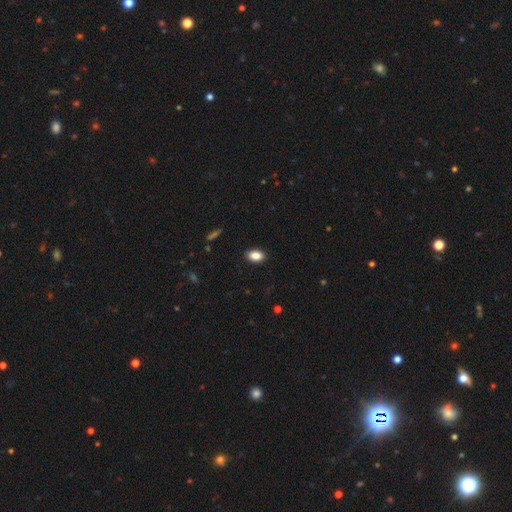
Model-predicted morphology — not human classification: smooth_or_featured: smooth (p=0.88) [alt: star or artifact p=0.08]
how_rounded: in between (p=0.86) [alt: round p=0.12]
merging: none (p=0.89) [alt: minor disturbance p=0.08]